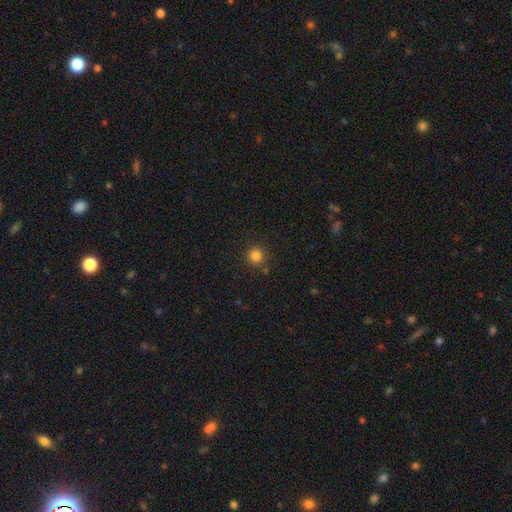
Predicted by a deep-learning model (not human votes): This appears to be a smooth galaxy with no disk features (82%) that is round (93%). Merging: none (87%).